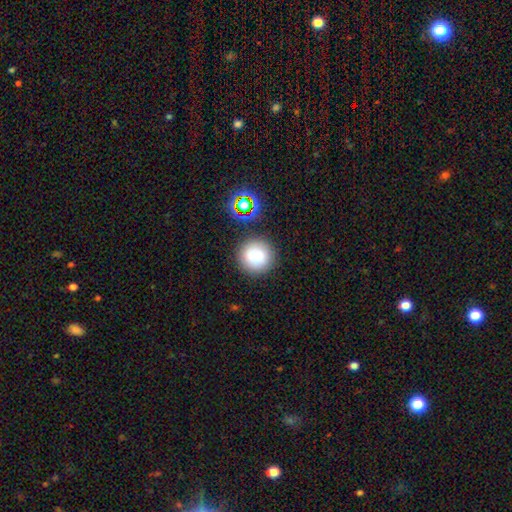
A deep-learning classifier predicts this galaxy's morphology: Smooth or featured? Predicted: smooth (p=0.75). How rounded? Predicted: round (p=0.92). Merging? Predicted: none (p=0.87).